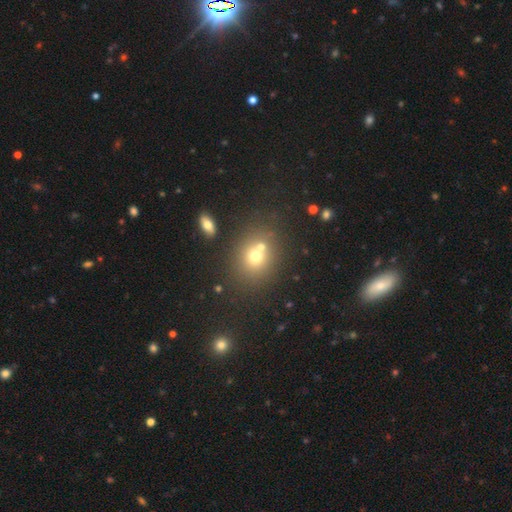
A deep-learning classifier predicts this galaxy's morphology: The model was most divided on "merging": none: 54%, merger: 33%, minor disturbance: 9%, major disturbance: 4%. More confident: how rounded — round (67%); smooth or featured — smooth (66%).